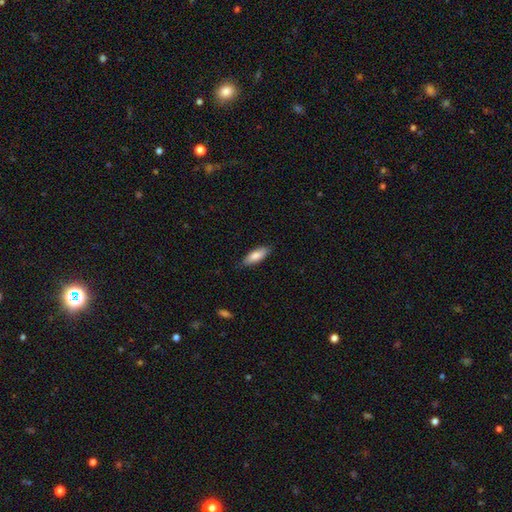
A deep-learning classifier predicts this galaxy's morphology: smooth_or_featured: smooth (p=0.82) [alt: featured or disk p=0.12]
how_rounded: in between (p=0.70) [alt: cigar-shaped p=0.29]
merging: none (p=0.81) [alt: minor disturbance p=0.15]